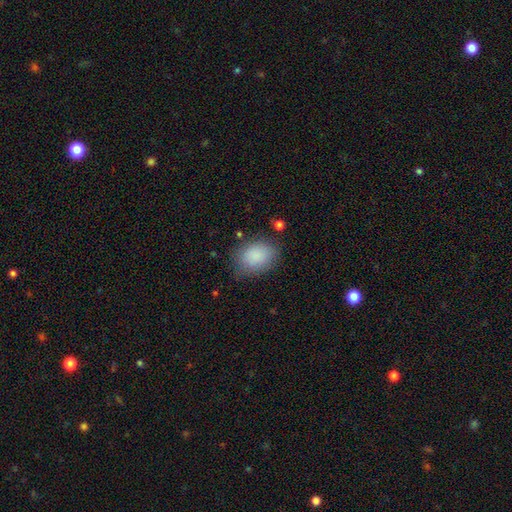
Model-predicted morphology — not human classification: Q: Smooth or featured?
A: smooth (87%); runner-up: star or artifact (8%)
Q: How rounded?
A: in between (73%); runner-up: round (25%)
Q: Merging?
A: none (74%); runner-up: minor disturbance (19%)